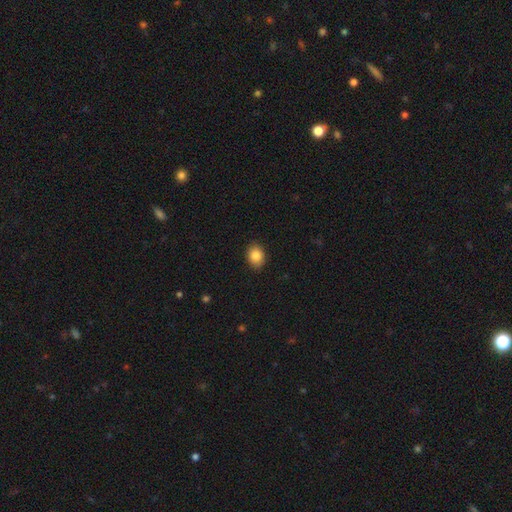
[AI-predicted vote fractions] Smooth or featured?
  - smooth: 86% *
  - star or artifact: 8%
  - featured or disk: 5%
How rounded?
  - in between: 60% *
  - round: 39%
  - cigar-shaped: 1%
Merging?
  - none: 88% *
  - minor disturbance: 9%
  - major disturbance: 2%
  - merger: 1%